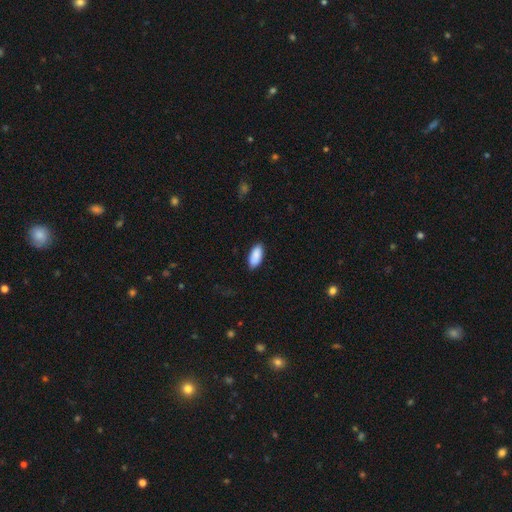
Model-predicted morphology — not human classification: The model was most divided on "merging": none: 84%, minor disturbance: 12%, major disturbance: 2%, merger: 1%. More confident: how rounded — in between (92%); smooth or featured — smooth (89%).